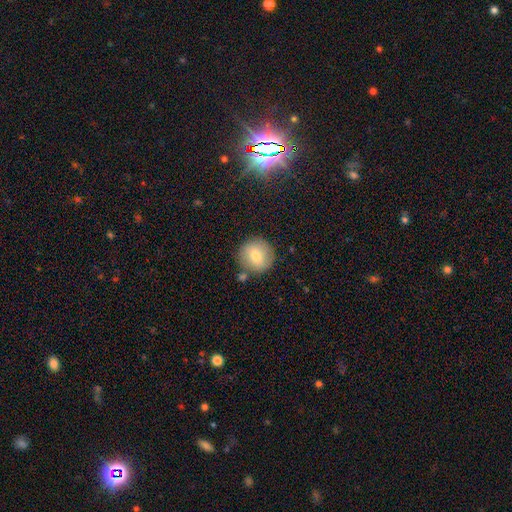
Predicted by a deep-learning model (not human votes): Q: Smooth or featured?
A: smooth (76%); runner-up: featured or disk (17%)
Q: How rounded?
A: round (94%); runner-up: in between (5%)
Q: Merging?
A: none (81%); runner-up: minor disturbance (11%)